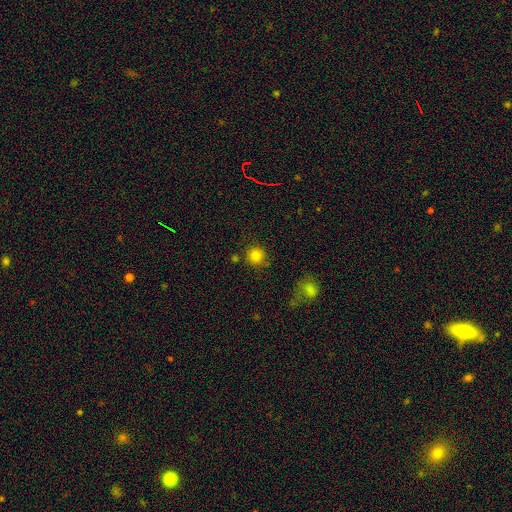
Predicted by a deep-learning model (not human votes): Overall: smooth (81%). How rounded: round (93%). Merging: none (82%).